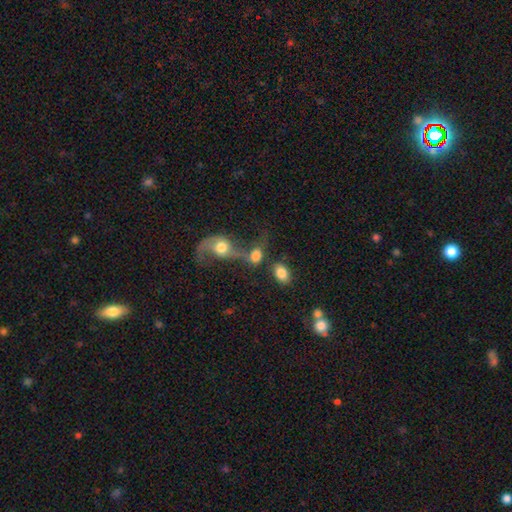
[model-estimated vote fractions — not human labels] Smooth or featured?
  - smooth: 61% *
  - featured or disk: 29%
  - star or artifact: 10%
How rounded?
  - in between: 59% *
  - round: 38%
  - cigar-shaped: 3%
Merging?
  - merger: 57% *
  - none: 20%
  - major disturbance: 14%
  - minor disturbance: 9%